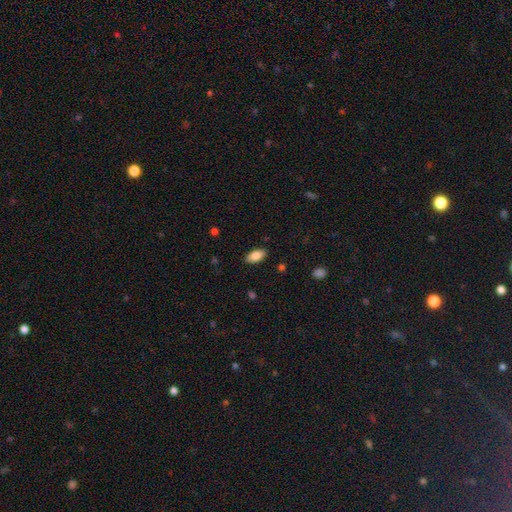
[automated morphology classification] type=smooth (84%); roundness=in between (92%); merging=none (87%).